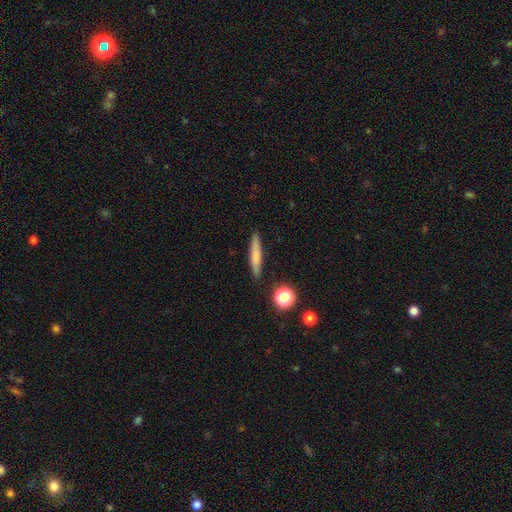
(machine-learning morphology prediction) smooth 70%, featured or disk 22%, star or artifact 8%. Down the decision tree: how rounded — cigar-shaped (90%); merging — none (89%).